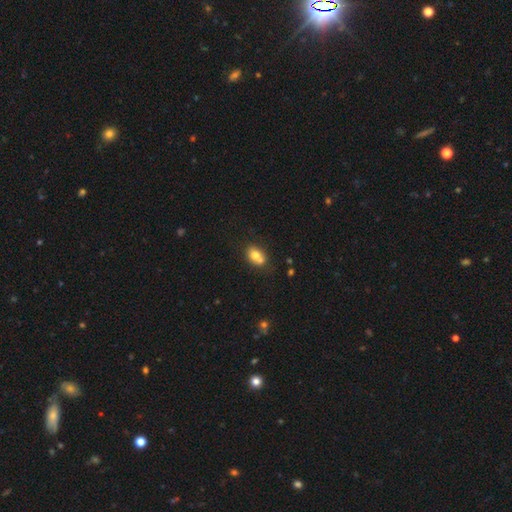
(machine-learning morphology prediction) Smooth or featured? smooth (74%)
How rounded? in between (60%)
Merging? none (44%)